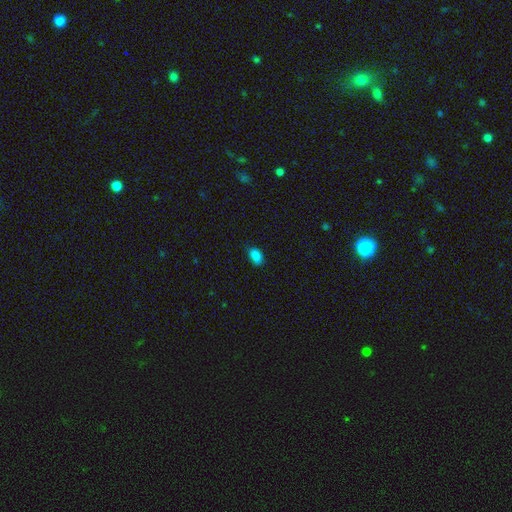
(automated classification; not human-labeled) Smooth or featured?
  - smooth: 86% *
  - star or artifact: 11%
  - featured or disk: 3%
How rounded?
  - in between: 90% *
  - round: 9%
  - cigar-shaped: 2%
Merging?
  - none: 79% *
  - minor disturbance: 17%
  - major disturbance: 3%
  - merger: 1%